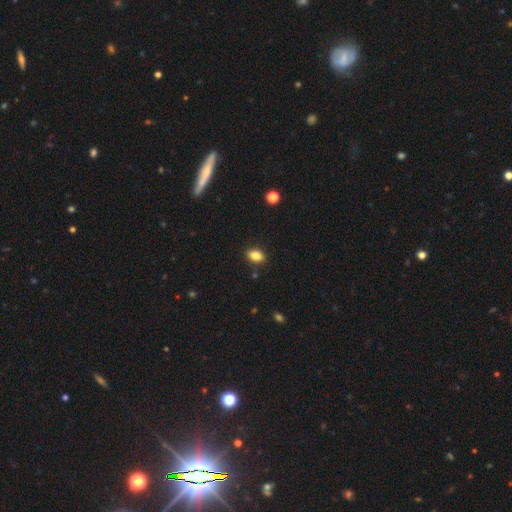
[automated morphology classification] Smooth or featured? Predicted: smooth (p=0.84). How rounded? Predicted: in between (p=0.81). Merging? Predicted: none (p=0.88).